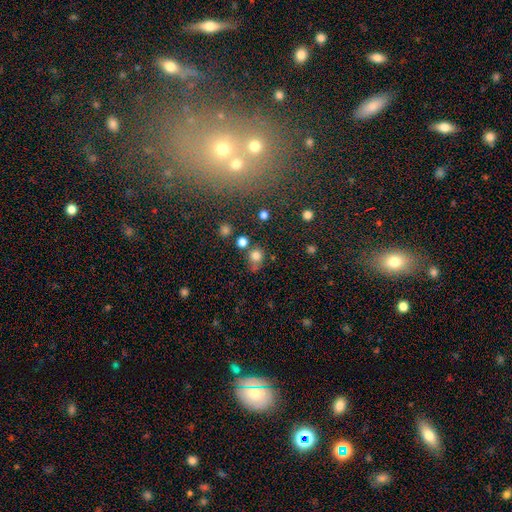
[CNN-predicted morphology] This appears to be a smooth galaxy with no disk features (77%) that is round (77%). Merging: none (54%).